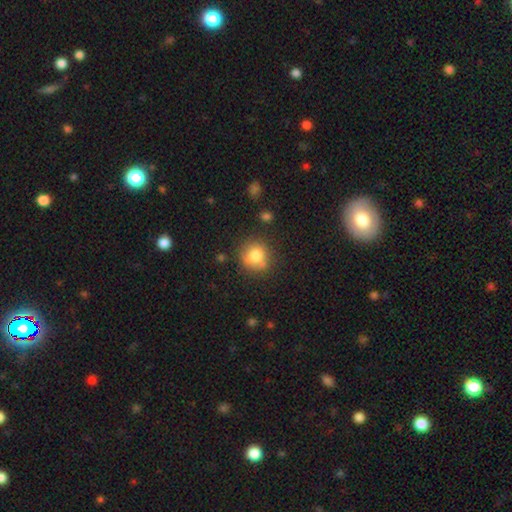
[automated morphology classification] A smooth galaxy with no disk features (77%) that is round (87%). Merging: none (64%).